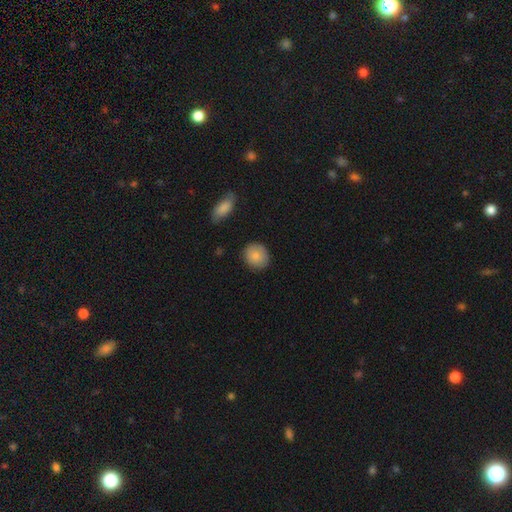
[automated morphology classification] Smooth or featured: smooth — 83% (featured or disk — 10%)
How rounded: round — 83% (in between — 16%)
Merging: none — 84% (minor disturbance — 12%)